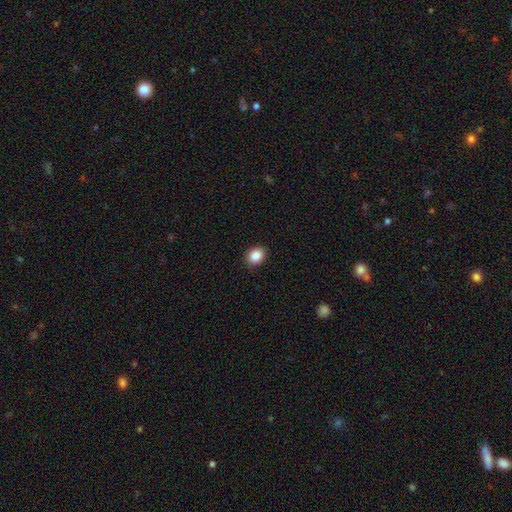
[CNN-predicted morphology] type=smooth (88%); roundness=round (52%); merging=none (89%).